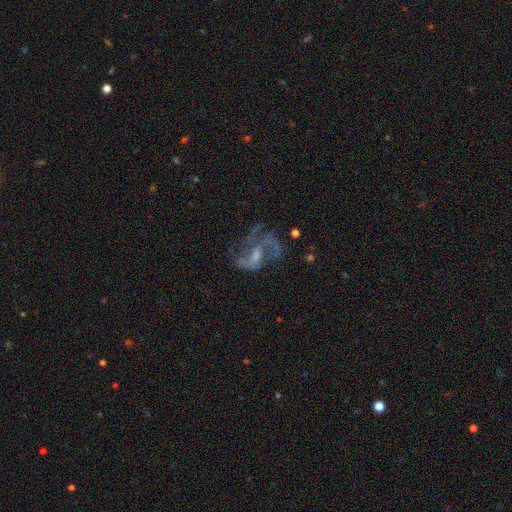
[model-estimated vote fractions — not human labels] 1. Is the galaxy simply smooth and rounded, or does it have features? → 76% featured or disk, 14% star or artifact, 11% smooth.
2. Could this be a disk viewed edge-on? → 97% no, 3% yes.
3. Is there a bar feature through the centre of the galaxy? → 44% weak, 41% no, 15% strong.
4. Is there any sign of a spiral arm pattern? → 84% yes, 16% no.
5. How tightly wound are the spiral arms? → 50% loose, 39% medium, 11% tight.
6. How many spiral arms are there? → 44% 2, 21% 3, 17% can't tell, 7% 1, 6% 4, 4% more than 4.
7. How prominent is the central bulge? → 43% small, 38% moderate, 15% none, 4% large, 1% dominant.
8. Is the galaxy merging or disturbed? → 50% none, 30% major disturbance, 16% minor disturbance, 4% merger.